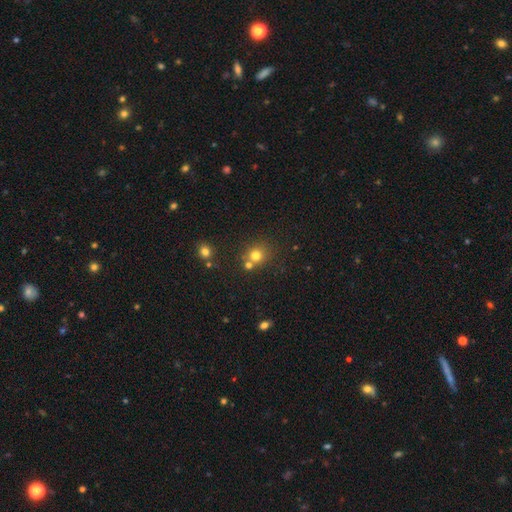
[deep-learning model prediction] A smooth galaxy with no disk features (74%) that is round (83%). Merging: none (63%).